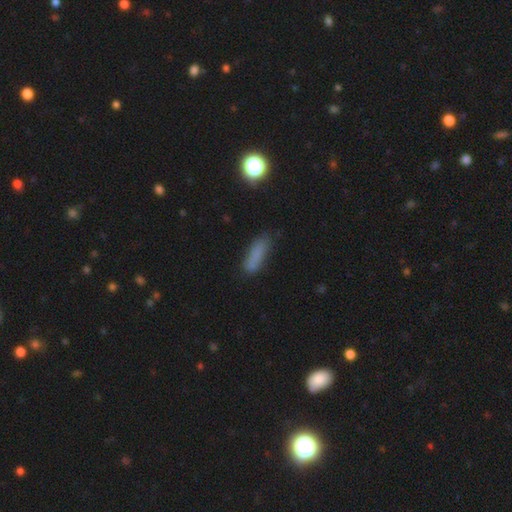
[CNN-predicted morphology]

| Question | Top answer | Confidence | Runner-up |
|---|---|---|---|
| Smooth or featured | smooth | 79% | star or artifact (12%) |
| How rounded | cigar-shaped | 60% | in between (37%) |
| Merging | none | 71% | minor disturbance (20%) |